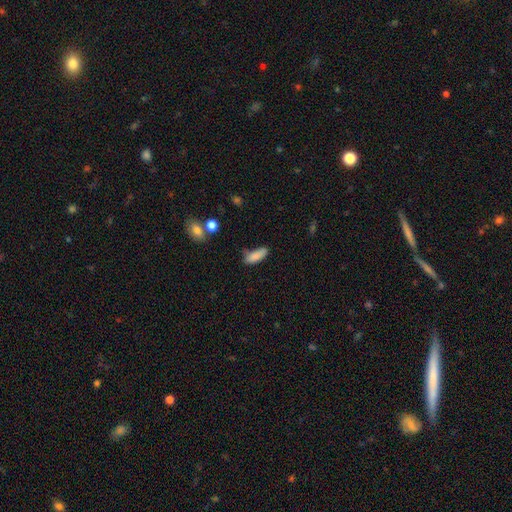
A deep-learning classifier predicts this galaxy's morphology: smooth-or-featured: smooth: 86% | star or artifact: 8% | featured or disk: 6%
  how-rounded: in between: 65% | cigar-shaped: 33% | round: 2%
  merging: none: 58% | minor disturbance: 30% | major disturbance: 7% | merger: 6%